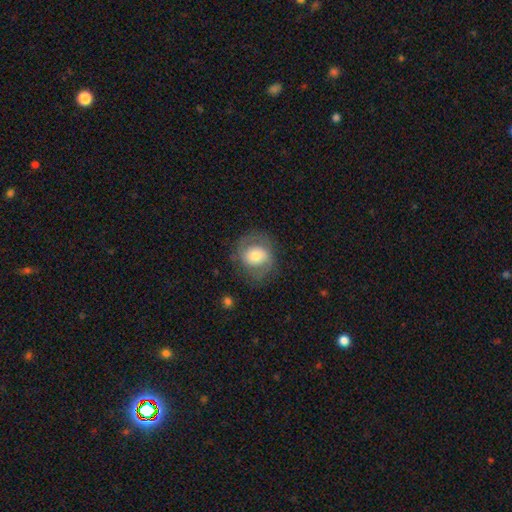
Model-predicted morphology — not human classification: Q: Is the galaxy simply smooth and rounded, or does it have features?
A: smooth — 48%.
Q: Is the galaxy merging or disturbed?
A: none — 68%.